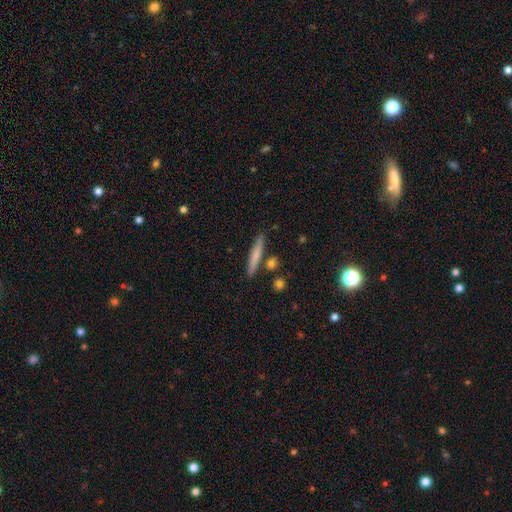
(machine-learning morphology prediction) Smooth or featured? Predicted: smooth (p=0.67). How rounded? Predicted: cigar-shaped (p=0.93). Merging? Predicted: none (p=0.84).